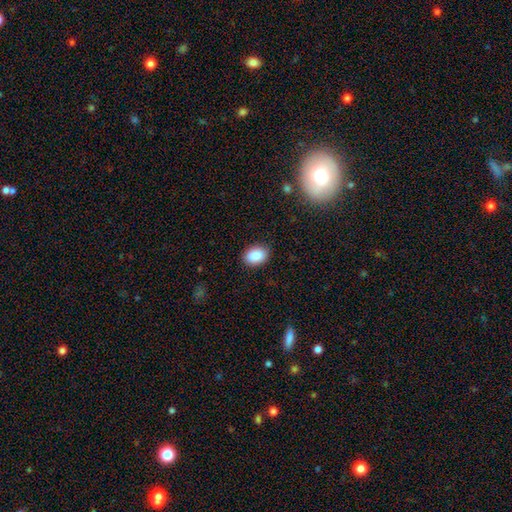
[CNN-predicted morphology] Overall: smooth (89%). How rounded: in between (78%). Merging: none (88%).